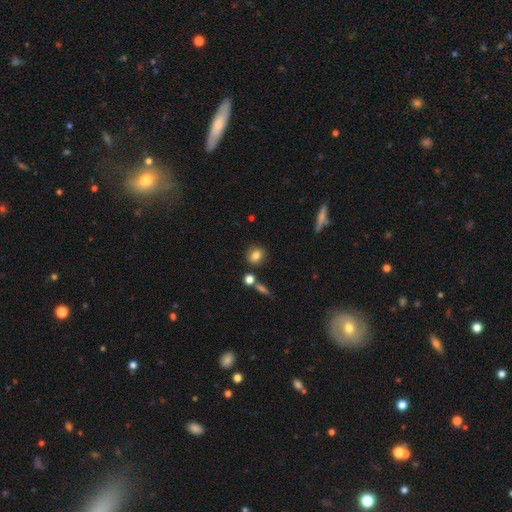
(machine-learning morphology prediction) Smooth or featured? Predicted: smooth (p=0.81). How rounded? Predicted: round (p=0.68). Merging? Predicted: none (p=0.79).